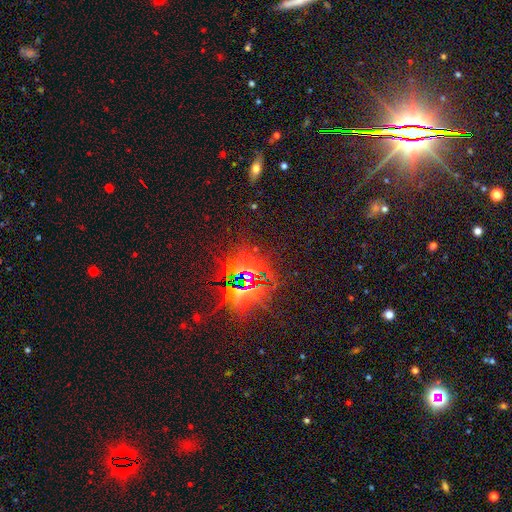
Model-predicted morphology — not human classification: smooth-or-featured: star or artifact: 85% | smooth: 8% | featured or disk: 7%